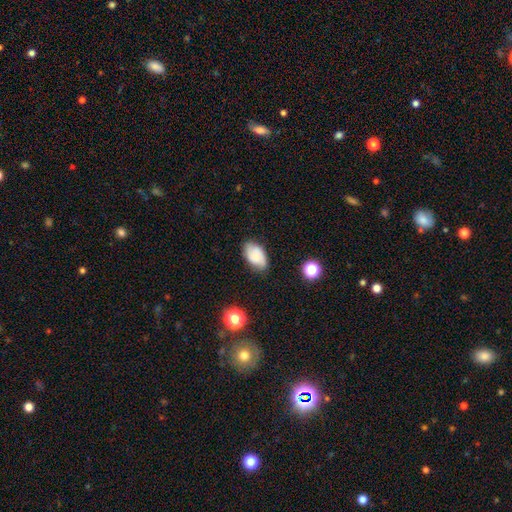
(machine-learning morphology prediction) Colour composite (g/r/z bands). It shows a smooth galaxy with no disk features (74%) that is in between round and cigar-shaped (93%). Merging: none (78%).